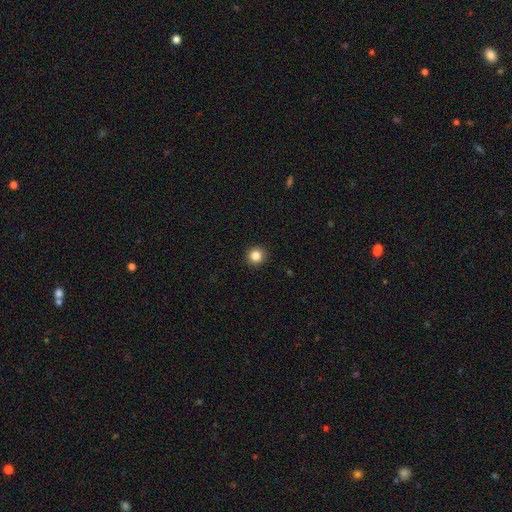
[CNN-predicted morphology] smooth 84%, star or artifact 11%, featured or disk 5%. Down the decision tree: how rounded — round (95%); merging — none (93%).